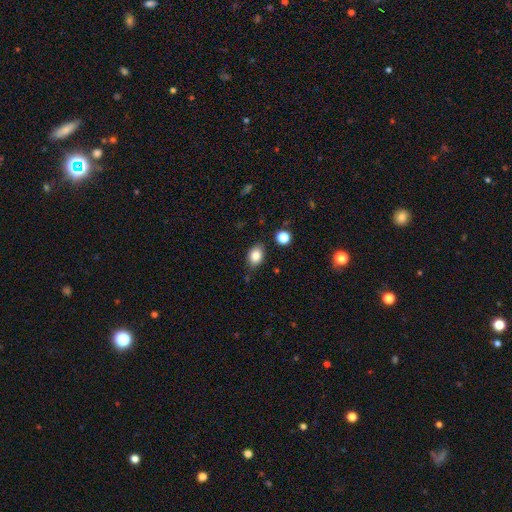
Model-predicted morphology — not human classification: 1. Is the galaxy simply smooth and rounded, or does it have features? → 84% smooth, 9% star or artifact, 7% featured or disk.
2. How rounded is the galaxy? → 77% in between, 22% round, 1% cigar-shaped.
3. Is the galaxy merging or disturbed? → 79% none, 14% minor disturbance, 3% merger, 3% major disturbance.